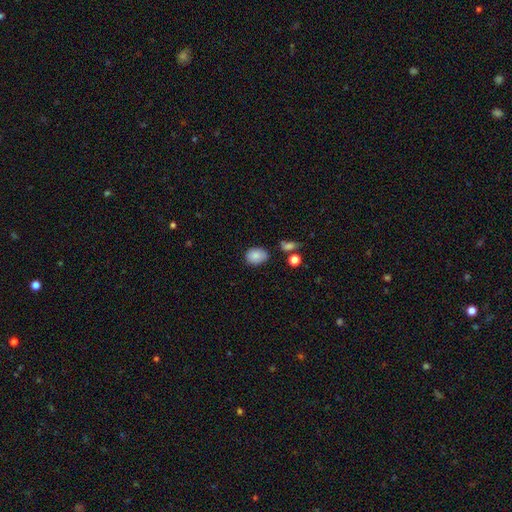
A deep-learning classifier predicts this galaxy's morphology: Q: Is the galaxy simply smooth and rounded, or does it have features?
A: smooth — 85%.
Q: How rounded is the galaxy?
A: in between — 72%.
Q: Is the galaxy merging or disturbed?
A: none — 73%.